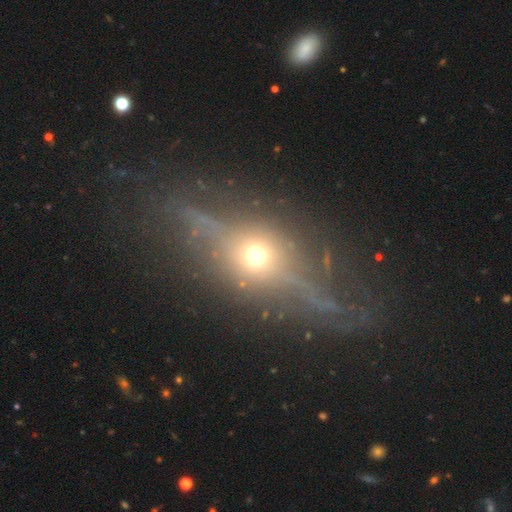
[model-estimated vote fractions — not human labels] Morphology: type=featured or disk (49%); merging=none (58%).